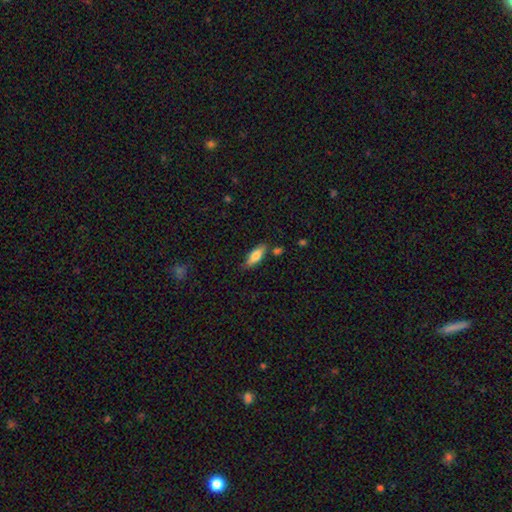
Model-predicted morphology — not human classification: Smooth or featured? smooth (75%)
How rounded? in between (60%)
Merging? none (78%)